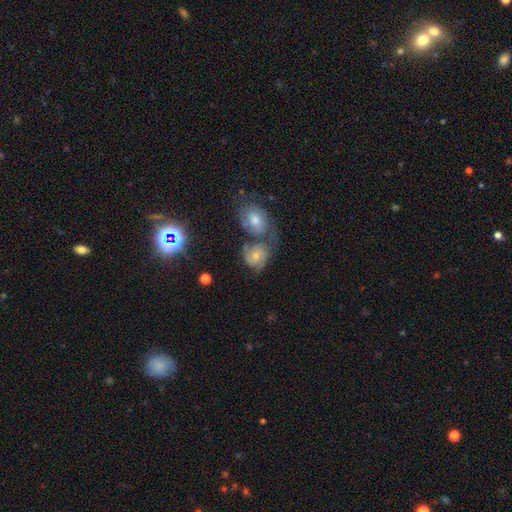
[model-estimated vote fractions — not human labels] This is possibly a featured or disk galaxy (49%). Merging: marginally merger (44%).